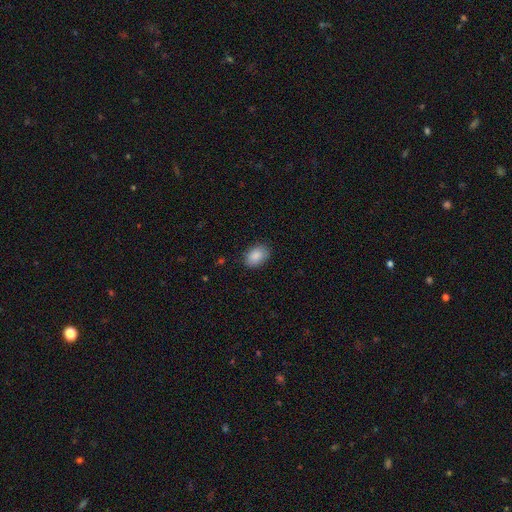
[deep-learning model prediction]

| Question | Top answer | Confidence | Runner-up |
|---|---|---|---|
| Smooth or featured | smooth | 88% | star or artifact (7%) |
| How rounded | in between | 84% | round (14%) |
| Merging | none | 84% | minor disturbance (12%) |